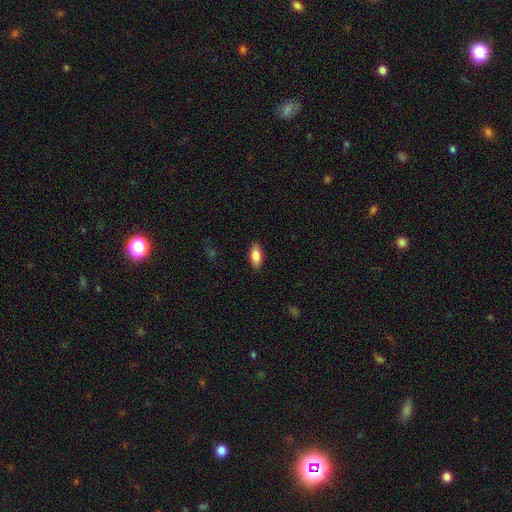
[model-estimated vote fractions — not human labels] Morphology: type=smooth (85%); roundness=in between (90%); merging=none (88%).